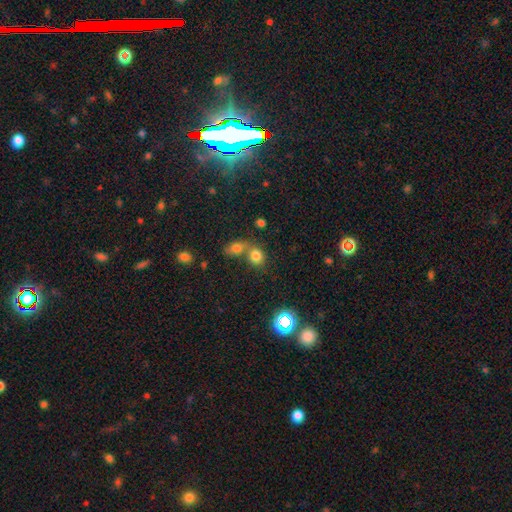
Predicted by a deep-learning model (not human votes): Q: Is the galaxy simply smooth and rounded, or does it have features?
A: smooth — 77%.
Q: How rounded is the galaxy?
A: round — 69%.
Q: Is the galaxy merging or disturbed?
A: none — 45%.